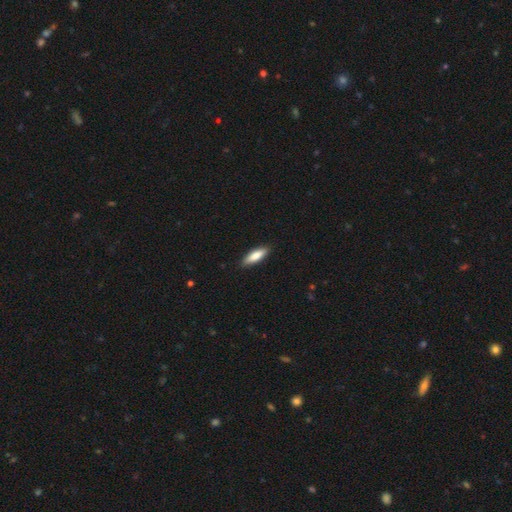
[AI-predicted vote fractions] smooth_or_featured: smooth (p=0.80) [alt: featured or disk p=0.15]
how_rounded: cigar-shaped (p=0.52) [alt: in between p=0.47]
merging: none (p=0.88) [alt: minor disturbance p=0.09]